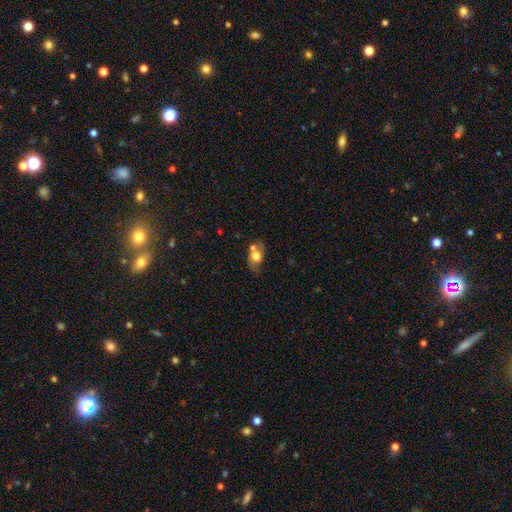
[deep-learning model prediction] Smooth or featured?
  - smooth: 69% *
  - featured or disk: 22%
  - star or artifact: 9%
How rounded?
  - in between: 62% *
  - round: 35%
  - cigar-shaped: 2%
Merging?
  - none: 40% *
  - merger: 33%
  - minor disturbance: 18%
  - major disturbance: 8%